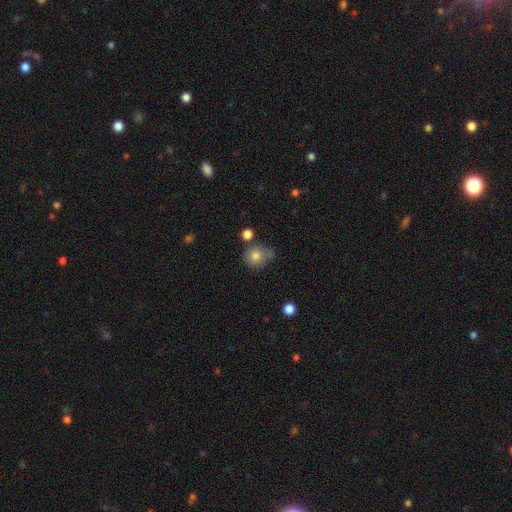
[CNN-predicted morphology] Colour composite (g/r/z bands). It shows a smooth galaxy with no disk features (79%) that is round (81%). Merging: none (58%).